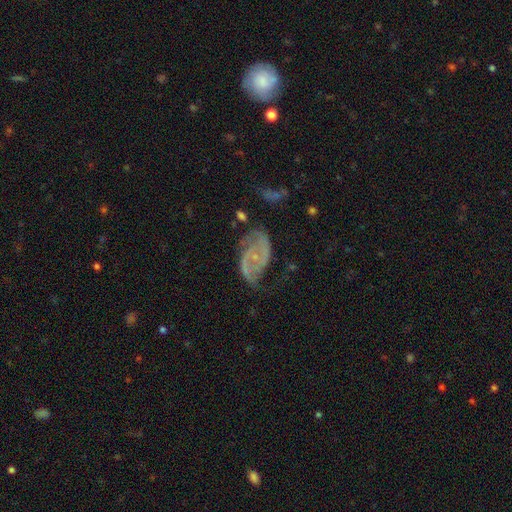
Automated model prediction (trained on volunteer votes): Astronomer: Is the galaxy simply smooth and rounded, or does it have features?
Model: featured or disk — 79%.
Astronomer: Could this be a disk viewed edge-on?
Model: no — 97%.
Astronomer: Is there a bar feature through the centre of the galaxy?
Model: no — 57% (runner-up: weak, 35%).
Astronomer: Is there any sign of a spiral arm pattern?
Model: yes — 90%.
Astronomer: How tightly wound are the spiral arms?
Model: medium — 45% (runner-up: tight, 28%).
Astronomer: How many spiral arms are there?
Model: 2 — 78%.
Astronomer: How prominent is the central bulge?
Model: small — 69%.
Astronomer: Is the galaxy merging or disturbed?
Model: none — 48% (runner-up: minor disturbance, 27%).